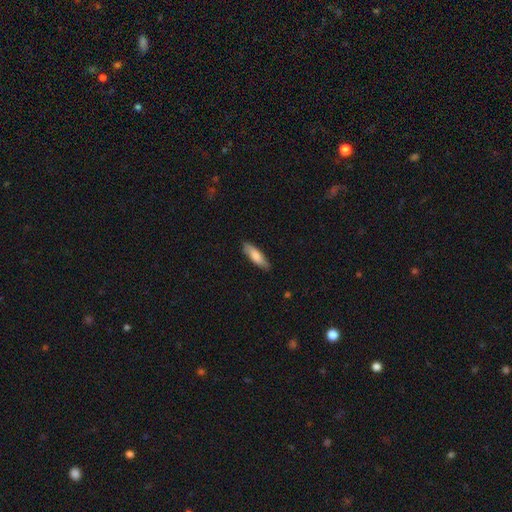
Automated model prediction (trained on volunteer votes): smooth 77%, featured or disk 18%, star or artifact 6%. Down the decision tree: how rounded — cigar-shaped (51%); merging — none (82%).